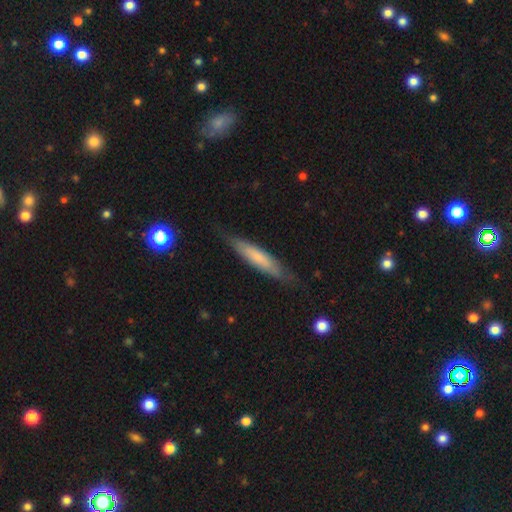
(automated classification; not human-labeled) smooth 62%, featured or disk 32%, star or artifact 6%. Down the decision tree: how rounded — cigar-shaped (86%); merging — none (80%).